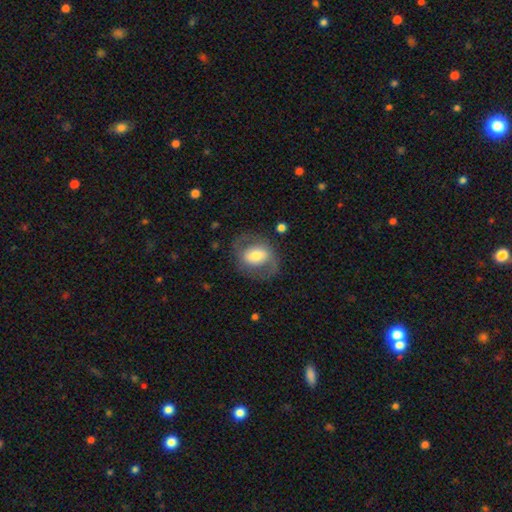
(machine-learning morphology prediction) This is possibly a featured or disk galaxy (58%). It is clearly not viewed edge-on (96%). Bar: marginally weak (40%). Spiral arm pattern: likely yes (75%). Central bulge: possibly moderate (55%). Merging: likely none (72%).